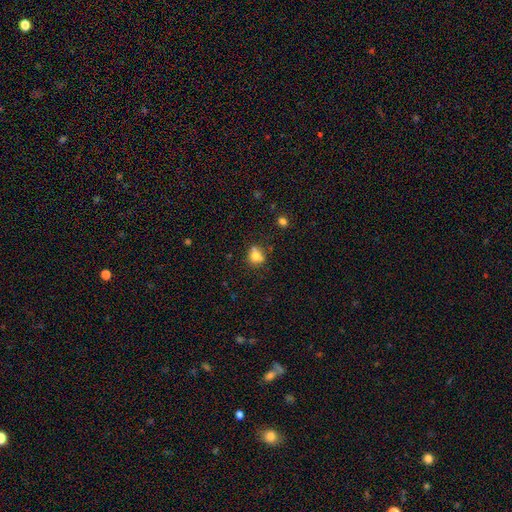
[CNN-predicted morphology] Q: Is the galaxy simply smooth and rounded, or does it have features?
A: smooth — 74%.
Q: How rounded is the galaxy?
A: round — 62%.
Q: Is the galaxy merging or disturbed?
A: none — 52%.